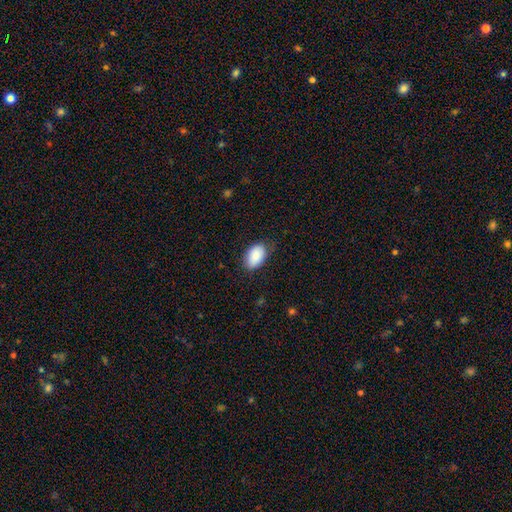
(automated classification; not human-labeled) The model was most divided on "merging": none: 74%, minor disturbance: 21%, major disturbance: 4%, merger: 1%. More confident: how rounded — in between (92%); smooth or featured — smooth (87%).